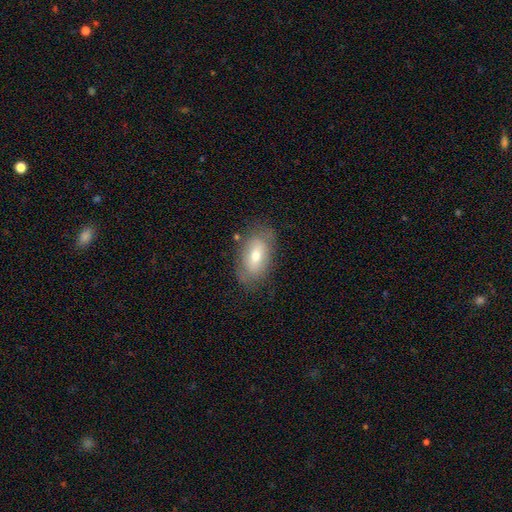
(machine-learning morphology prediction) type=smooth (59%); roundness=in between (91%); merging=none (74%).